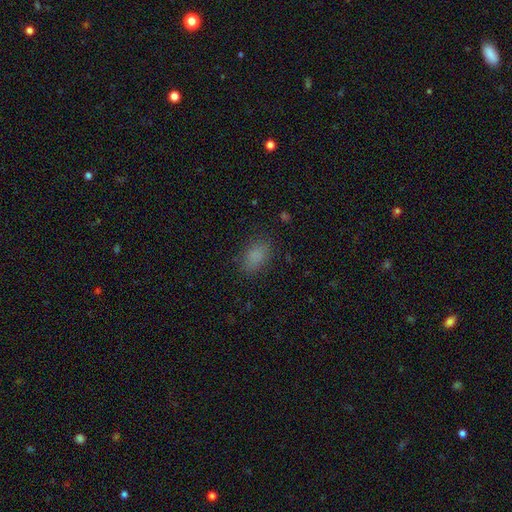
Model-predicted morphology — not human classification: This appears to be a smooth galaxy with no disk features (83%) that is in between round and cigar-shaped (86%). Merging: none (81%).